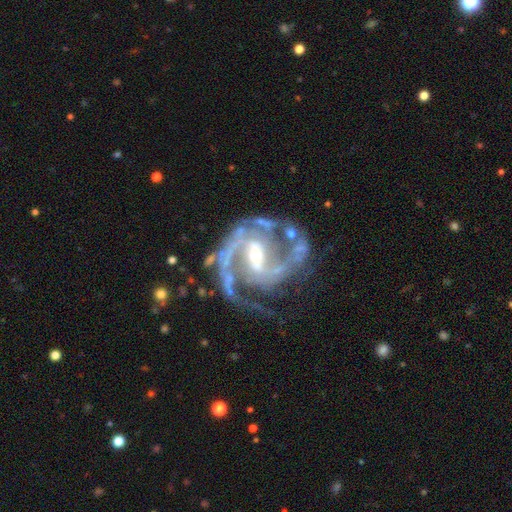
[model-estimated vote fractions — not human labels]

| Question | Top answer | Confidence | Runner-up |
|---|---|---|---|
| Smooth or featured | featured or disk | 93% | star or artifact (5%) |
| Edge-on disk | no | 98% | yes (2%) |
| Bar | weak | 42% | strong (37%) |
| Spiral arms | yes | 98% | no (2%) |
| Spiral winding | medium | 58% | tight (25%) |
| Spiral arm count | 2 | 77% | 3 (9%) |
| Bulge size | small | 50% | moderate (46%) |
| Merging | none | 59% | minor disturbance (20%) |